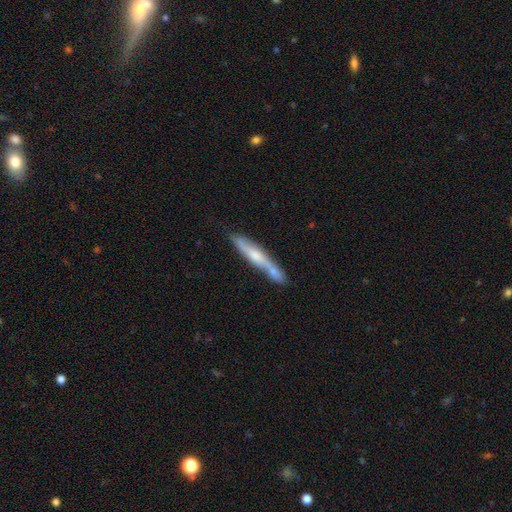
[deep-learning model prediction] featured or disk 54%, smooth 40%, star or artifact 6%. Down the decision tree: edge-on disk — yes (84%); merging — none (52%).